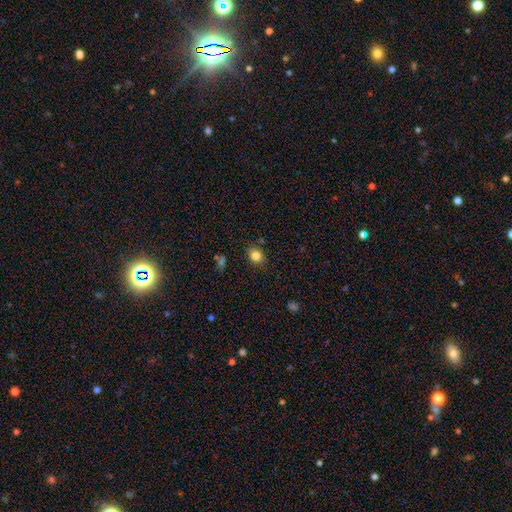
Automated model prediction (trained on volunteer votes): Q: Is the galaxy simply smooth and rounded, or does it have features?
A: smooth — 82%.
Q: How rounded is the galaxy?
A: round — 61%.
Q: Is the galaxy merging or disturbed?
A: none — 85%.